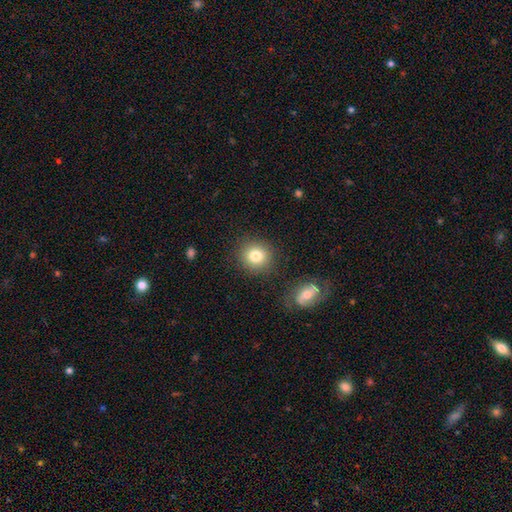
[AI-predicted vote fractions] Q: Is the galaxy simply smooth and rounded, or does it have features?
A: smooth — 82%.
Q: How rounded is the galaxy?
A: round — 86%.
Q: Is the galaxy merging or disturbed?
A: none — 86%.